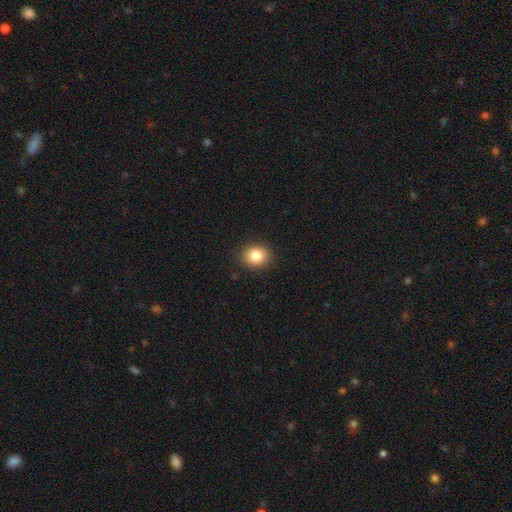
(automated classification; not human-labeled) This appears to be a smooth galaxy with no disk features (82%) that is round (71%). Merging: none (90%).